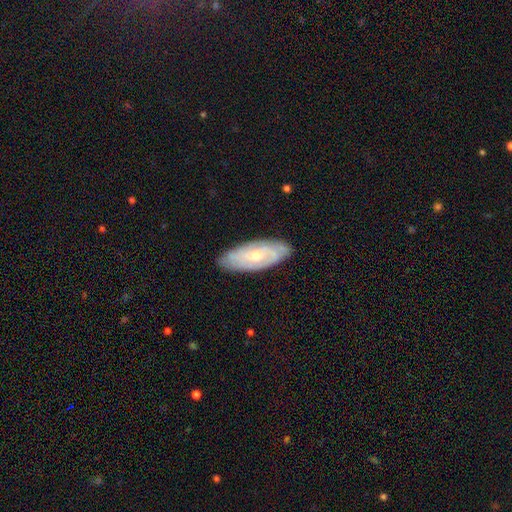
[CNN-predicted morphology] A featured or disk galaxy (65%) with no bar (76%), spiral arms (77%) and a small central bulge (54%). Merging: none (82%).